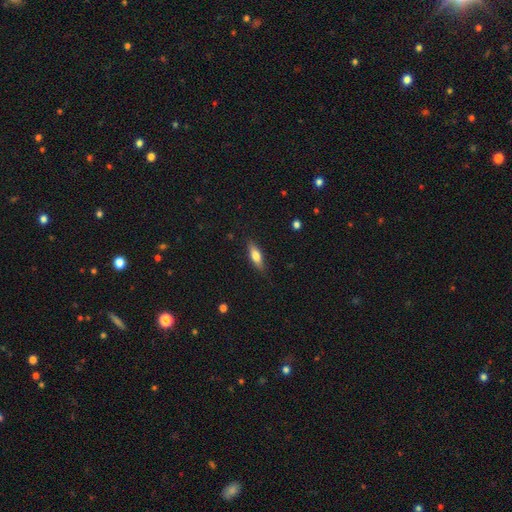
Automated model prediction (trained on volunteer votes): Morphology: type=smooth (66%); roundness=in between (52%); merging=none (85%).